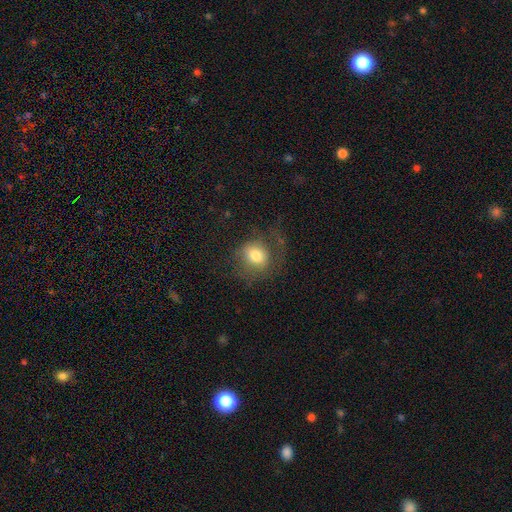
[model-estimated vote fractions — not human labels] Smooth or featured: smooth — 73% (featured or disk — 18%)
How rounded: round — 72% (in between — 27%)
Merging: none — 49% (major disturbance — 29%)